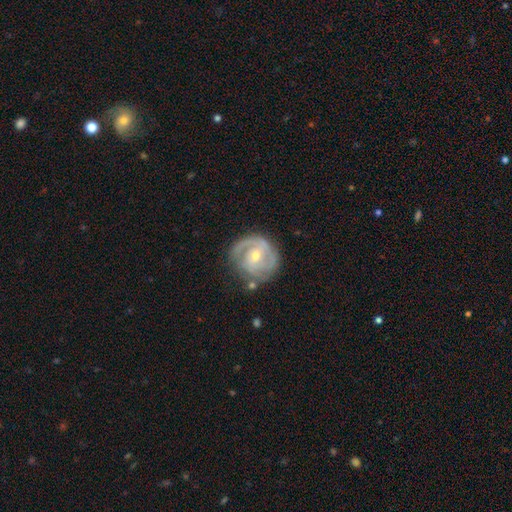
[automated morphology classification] smooth-or-featured: featured or disk: 82% | smooth: 13% | star or artifact: 5%
  disk-edge-on: no: 98% | yes: 2%
    bar: no: 47% | weak: 40% | strong: 13%
    has-spiral-arms: yes: 92% | no: 8%
      spiral-winding: tight: 53% | medium: 36% | loose: 10%
      spiral-arm-count: 2: 54% | can't tell: 17% | 3: 13% | 1: 12% | 4: 3% | more than 4: 2%
    bulge-size: small: 54% | moderate: 44% | large: 1% | none: 1% | dominant: 1%
  merging: none: 68% | minor disturbance: 20% | major disturbance: 8% | merger: 4%